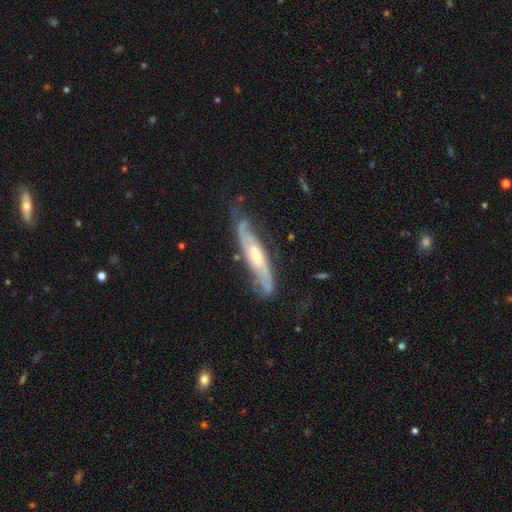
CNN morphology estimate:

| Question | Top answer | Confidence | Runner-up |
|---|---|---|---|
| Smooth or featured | featured or disk | 82% | smooth (13%) |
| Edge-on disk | no | 68% | yes (32%) |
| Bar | no | 51% | weak (35%) |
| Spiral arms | yes | 94% | no (6%) |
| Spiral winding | medium | 42% | tight (36%) |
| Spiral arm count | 2 | 67% | can't tell (21%) |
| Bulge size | moderate | 52% | small (40%) |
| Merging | none | 65% | minor disturbance (23%) |